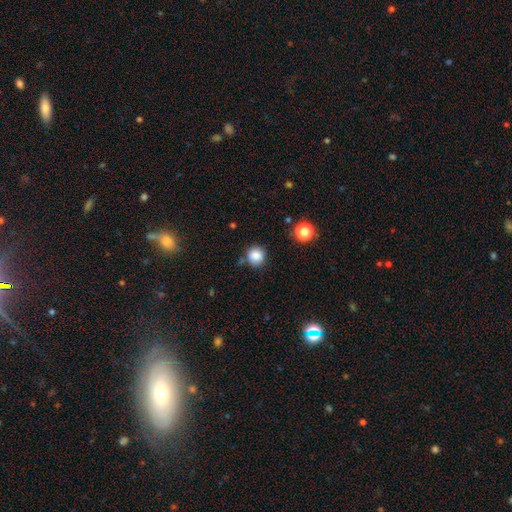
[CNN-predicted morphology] Smooth or featured?
  - smooth: 84% *
  - star or artifact: 11%
  - featured or disk: 5%
How rounded?
  - round: 91% *
  - in between: 8%
  - cigar-shaped: 1%
Merging?
  - none: 80% *
  - minor disturbance: 12%
  - merger: 5%
  - major disturbance: 3%